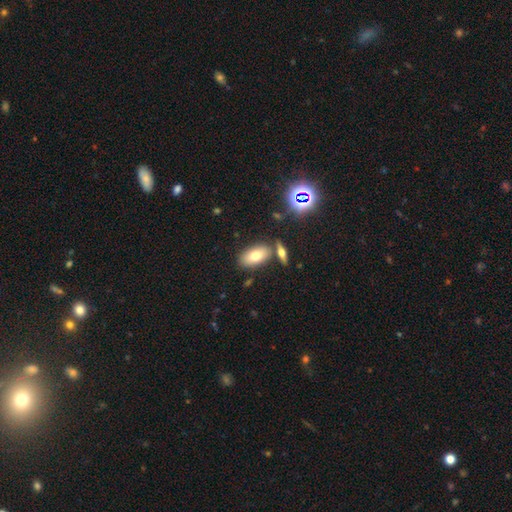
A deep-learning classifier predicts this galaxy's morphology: A smooth galaxy with no disk features (72%) that is in between round and cigar-shaped (91%).

Vote fractions:
- Smooth or featured? smooth: 72% / featured or disk: 18% / star or artifact: 10%
- How rounded? in between: 91% / round: 5% / cigar-shaped: 4%
- Merging? none: 74% / merger: 12% / minor disturbance: 11% / major disturbance: 3%